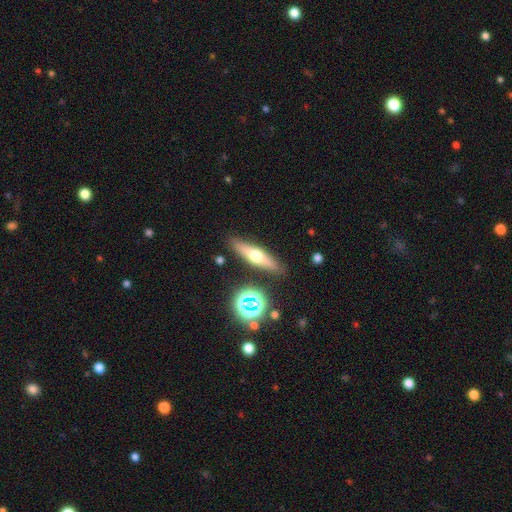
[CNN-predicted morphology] Q: Smooth or featured?
A: featured or disk (49%); runner-up: smooth (41%)
Q: Merging?
A: none (87%); runner-up: minor disturbance (8%)